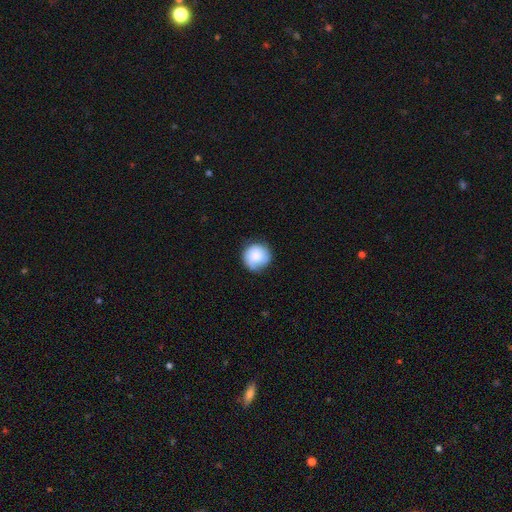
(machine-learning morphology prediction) smooth_or_featured: smooth (p=0.79) [alt: featured or disk p=0.14]
how_rounded: round (p=0.92) [alt: in between p=0.07]
merging: none (p=0.73) [alt: minor disturbance p=0.20]